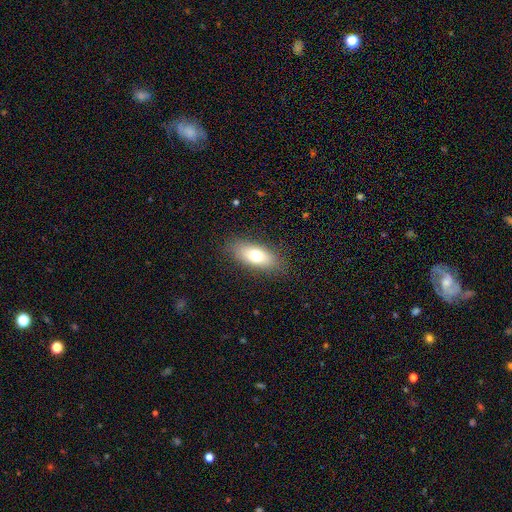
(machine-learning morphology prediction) This is likely a smooth galaxy (71%). How rounded: likely in between (79%). Merging: clearly none (85%).